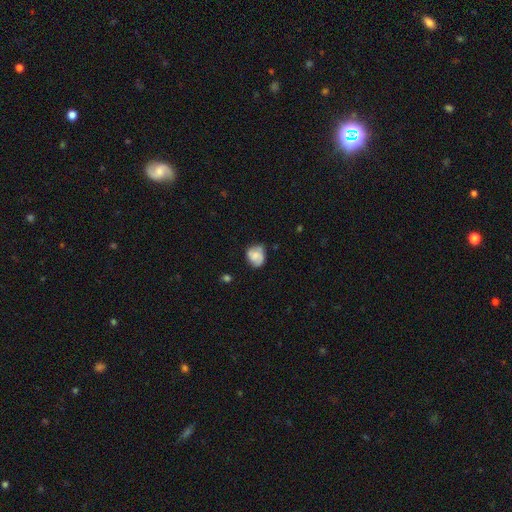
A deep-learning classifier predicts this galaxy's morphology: Smooth or featured? Predicted: smooth (p=0.62). How rounded? Predicted: round (p=0.62). Merging? Predicted: none (p=0.59).